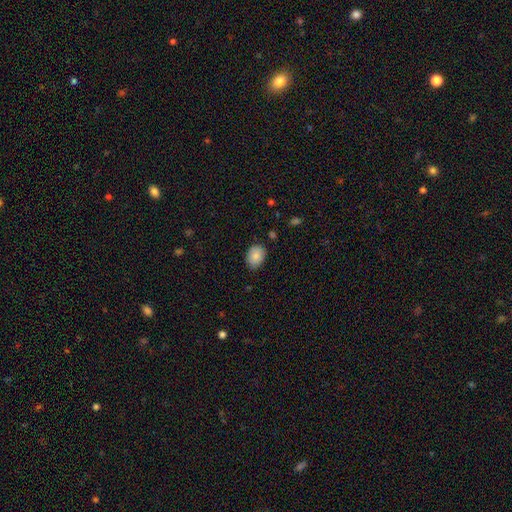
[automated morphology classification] smooth_or_featured: smooth (p=0.86) [alt: star or artifact p=0.07]
how_rounded: in between (p=0.70) [alt: round p=0.29]
merging: none (p=0.81) [alt: minor disturbance p=0.15]